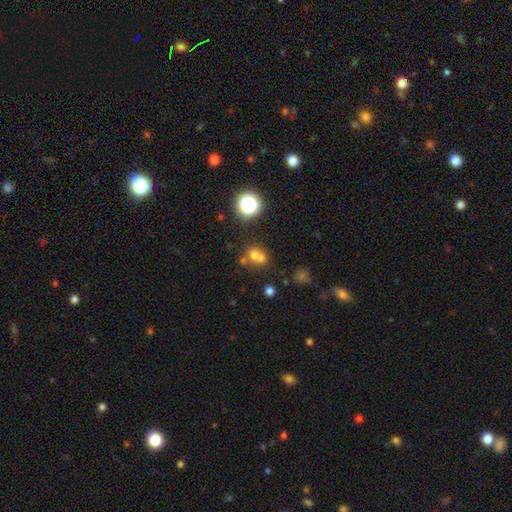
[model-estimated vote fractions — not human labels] Smooth or featured?
  - smooth: 63% *
  - star or artifact: 20%
  - featured or disk: 17%
How rounded?
  - round: 73% *
  - in between: 26%
  - cigar-shaped: 1%
Merging?
  - merger: 53% *
  - none: 36%
  - minor disturbance: 7%
  - major disturbance: 4%